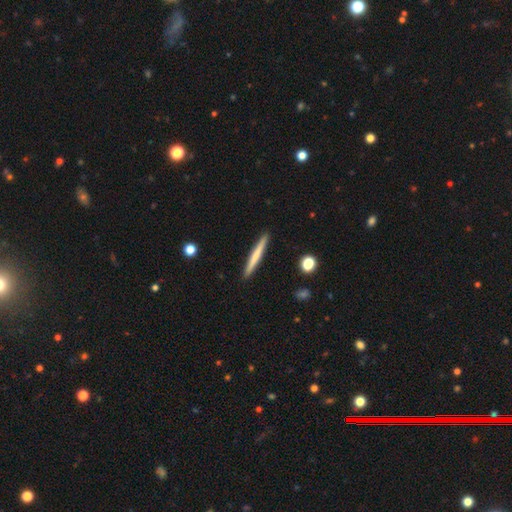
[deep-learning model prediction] Smooth or featured? Predicted: smooth (p=0.58). How rounded? Predicted: cigar-shaped (p=0.97). Merging? Predicted: none (p=0.92).